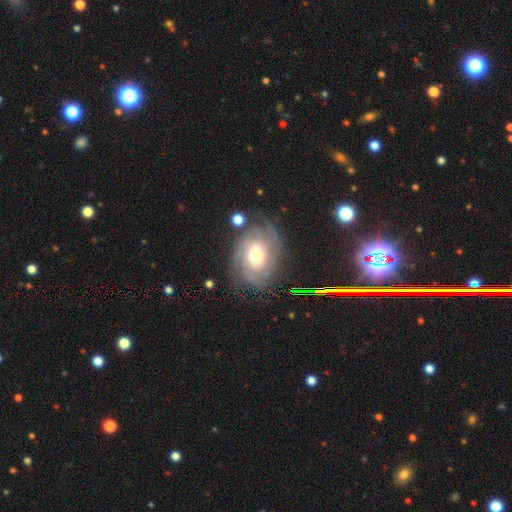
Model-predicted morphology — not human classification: featured or disk 81%, smooth 12%, star or artifact 6%. Down the decision tree: edge-on disk — no (96%); bar — no (67%); spiral arms — yes (94%); spiral arm count — can't tell (32%); spiral winding — tight (69%); bulge size — moderate (67%); merging — none (73%).